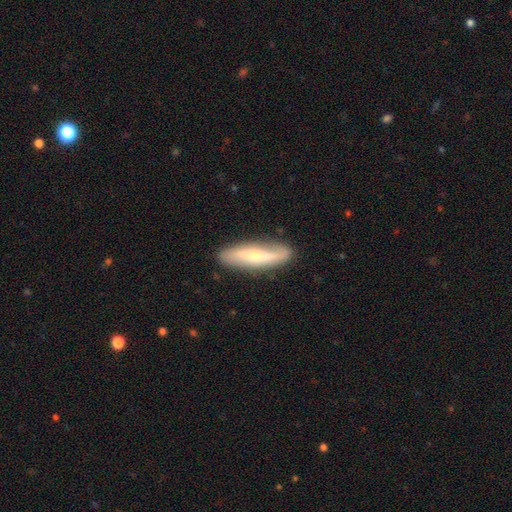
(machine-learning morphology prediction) smooth_or_featured: featured or disk (p=0.52) [alt: smooth p=0.43]
disk_edge_on: yes (p=0.53) [alt: no p=0.47]
merging: none (p=0.84) [alt: minor disturbance p=0.12]